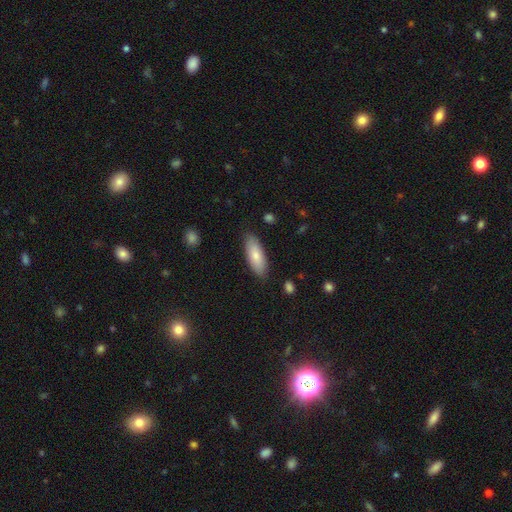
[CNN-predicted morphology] A smooth galaxy with no disk features (79%) that is in between round and cigar-shaped (70%). Merging: none (85%).